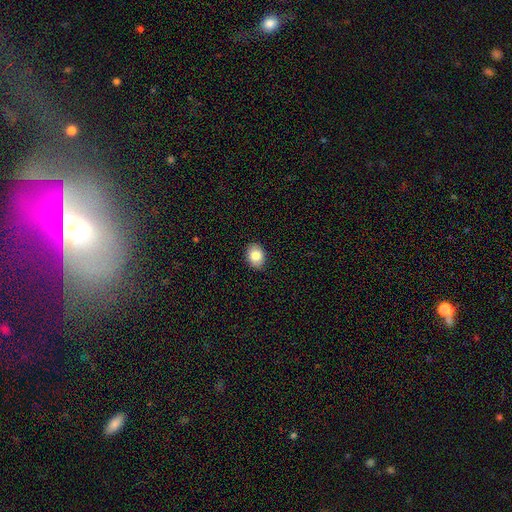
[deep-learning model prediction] smooth_or_featured: smooth (p=0.83) [alt: featured or disk p=0.09]
how_rounded: in between (p=0.70) [alt: round p=0.29]
merging: none (p=0.90) [alt: minor disturbance p=0.08]